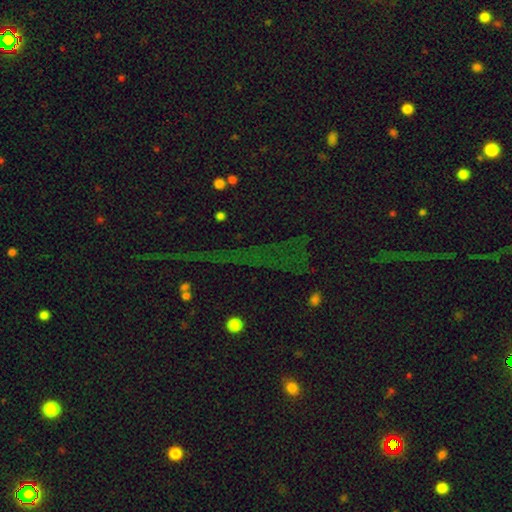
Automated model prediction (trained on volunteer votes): Morphology: type=star or artifact (70%).